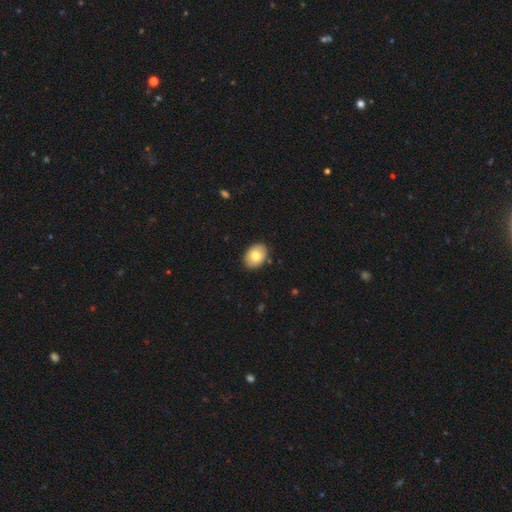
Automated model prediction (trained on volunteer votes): smooth-or-featured: smooth: 79% | featured or disk: 14% | star or artifact: 7%
  how-rounded: in between: 73% | round: 26% | cigar-shaped: 1%
  merging: none: 88% | minor disturbance: 9% | major disturbance: 2% | merger: 1%